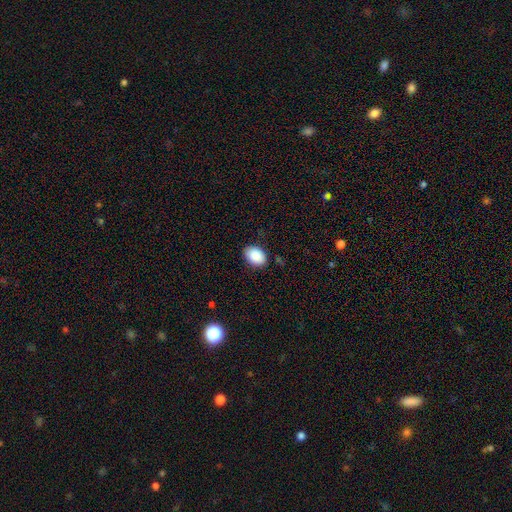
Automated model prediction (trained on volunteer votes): Morphology: type=smooth (89%); roundness=in between (82%); merging=none (85%).